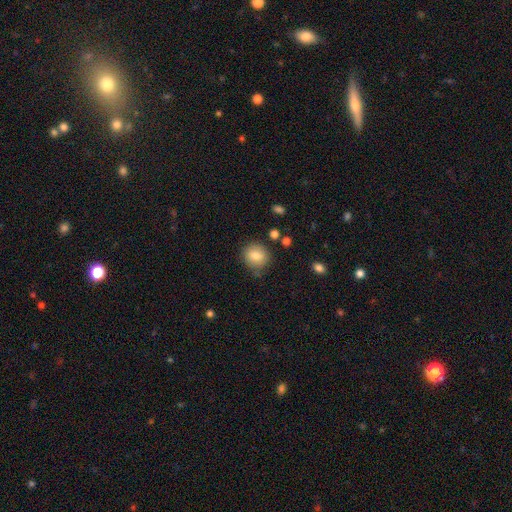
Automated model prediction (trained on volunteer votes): A smooth galaxy with no disk features (80%) that is round (83%). Merging: none (79%).